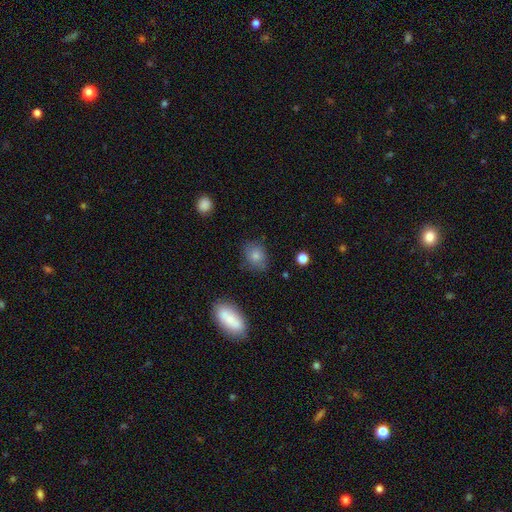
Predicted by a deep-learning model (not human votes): This appears to be a smooth galaxy with no disk features (79%) that is round (57%). Merging: none (74%).